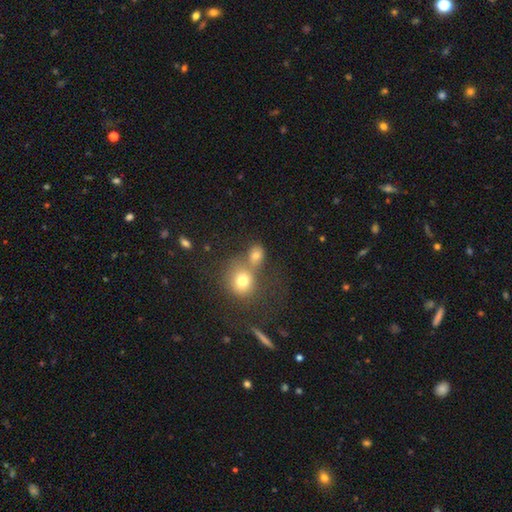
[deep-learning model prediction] The model was most divided on "merging": none: 43%, merger: 40%, minor disturbance: 10%, major disturbance: 6%. More confident: smooth or featured — smooth (73%); how rounded — round (56%).